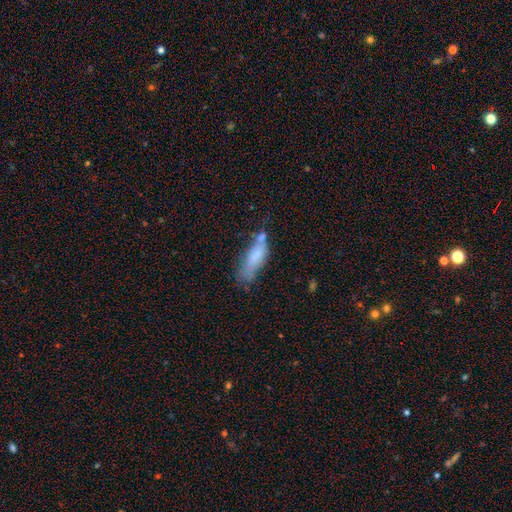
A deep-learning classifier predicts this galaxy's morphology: Smooth or featured? Predicted: smooth (p=0.69). How rounded? Predicted: in between (p=0.56). Merging? Predicted: none (p=0.34).